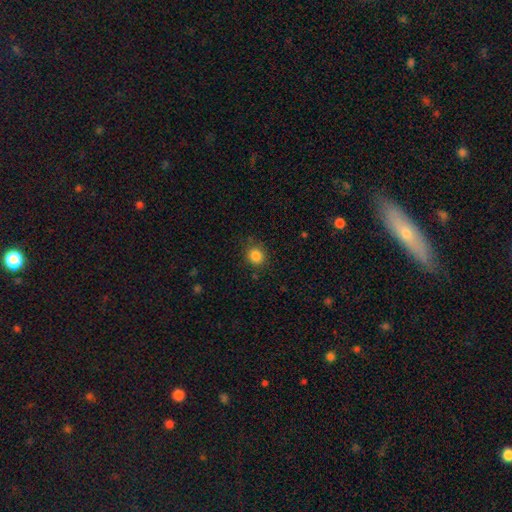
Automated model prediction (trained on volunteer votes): smooth-or-featured: smooth: 84% | star or artifact: 11% | featured or disk: 5%
  how-rounded: round: 85% | in between: 14% | cigar-shaped: 1%
  merging: none: 84% | minor disturbance: 11% | major disturbance: 3% | merger: 2%